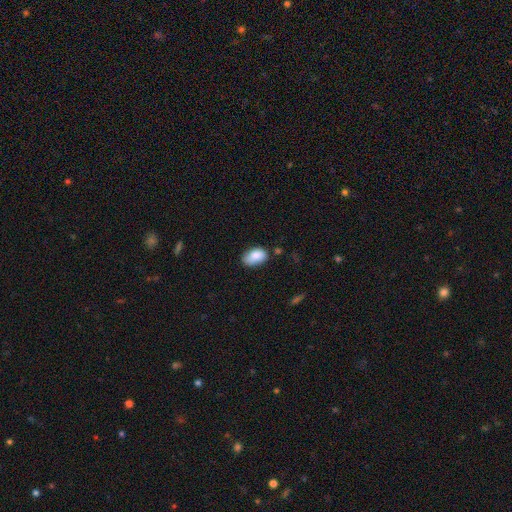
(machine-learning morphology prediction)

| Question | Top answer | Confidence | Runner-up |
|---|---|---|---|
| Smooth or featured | smooth | 85% | featured or disk (7%) |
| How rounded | in between | 91% | round (8%) |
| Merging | none | 65% | minor disturbance (27%) |